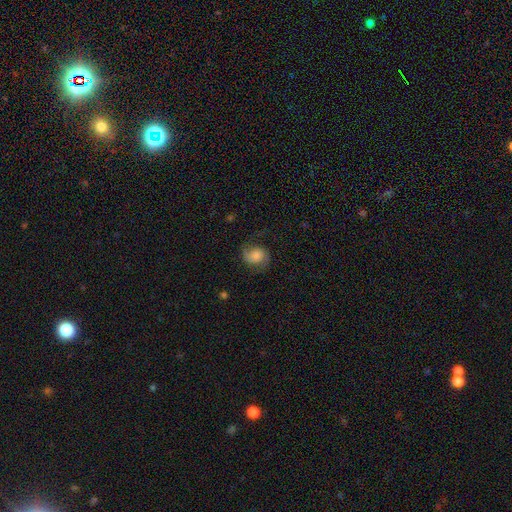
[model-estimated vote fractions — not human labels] A featured or disk galaxy (52%) with no bar (68%), spiral arms (91%) and a moderate central bulge (33%).

Vote fractions:
- Smooth or featured? featured or disk: 52% / smooth: 38% / star or artifact: 10%
- Edge-on disk? no: 97% / yes: 3%
- Bar? no: 68% / weak: 27% / strong: 6%
- Spiral arms? yes: 91% / no: 9%
- Bulge size? moderate: 33% / small: 24% / large: 22% / none: 15% / dominant: 6%
- Merging? none: 68% / minor disturbance: 19% / major disturbance: 12% / merger: 1%